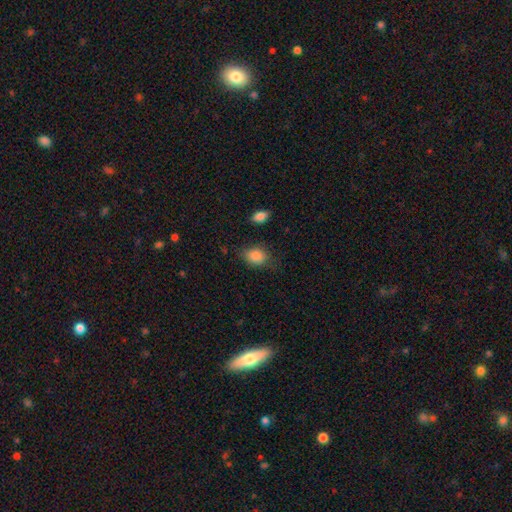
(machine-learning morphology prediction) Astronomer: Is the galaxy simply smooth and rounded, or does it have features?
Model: smooth — 85%.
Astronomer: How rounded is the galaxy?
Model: in between — 70%.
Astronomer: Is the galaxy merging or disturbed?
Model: none — 69%.